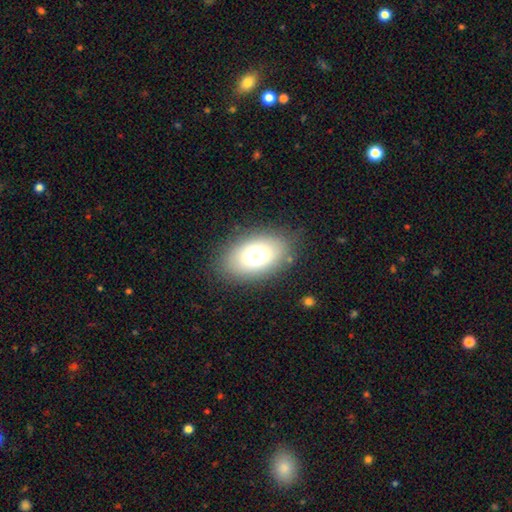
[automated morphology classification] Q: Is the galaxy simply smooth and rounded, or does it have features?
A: smooth — 70%.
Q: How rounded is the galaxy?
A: in between — 86%.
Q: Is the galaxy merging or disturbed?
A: none — 82%.